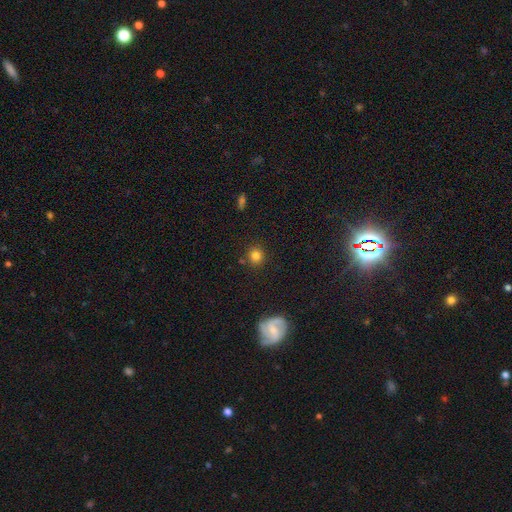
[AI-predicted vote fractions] smooth-or-featured: smooth: 81% | star or artifact: 13% | featured or disk: 6%
  how-rounded: round: 89% | in between: 10% | cigar-shaped: 1%
  merging: none: 85% | minor disturbance: 8% | merger: 4% | major disturbance: 3%